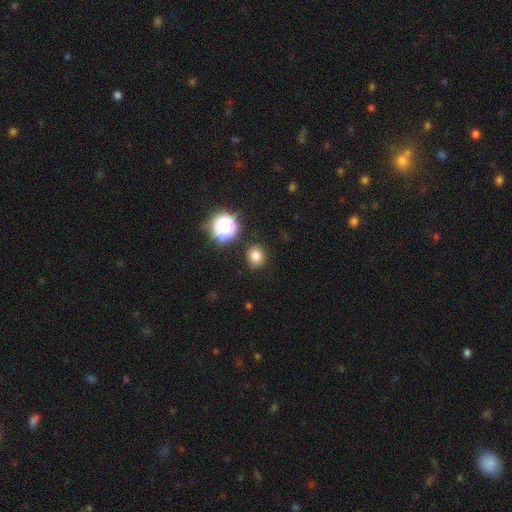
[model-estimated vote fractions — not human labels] Morphology: type=smooth (79%); roundness=round (77%); merging=none (88%).